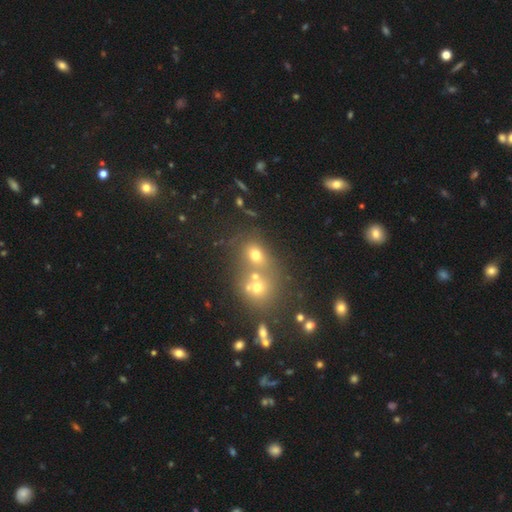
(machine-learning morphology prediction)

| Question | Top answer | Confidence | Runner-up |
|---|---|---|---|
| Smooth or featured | smooth | 56% | star or artifact (27%) |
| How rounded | round | 65% | in between (33%) |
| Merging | merger | 44% | none (43%) |